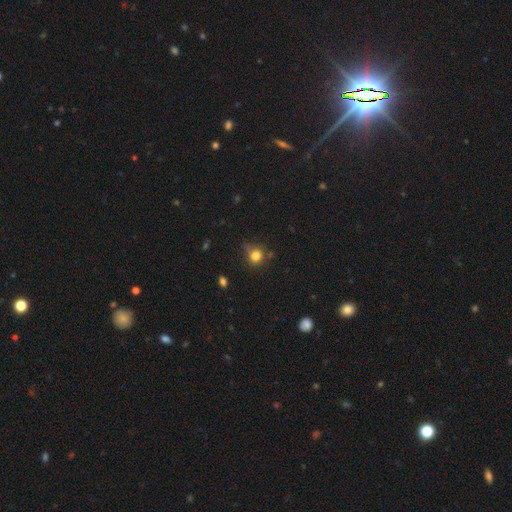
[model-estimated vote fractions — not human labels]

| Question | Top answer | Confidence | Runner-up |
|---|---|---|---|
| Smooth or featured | smooth | 80% | star or artifact (13%) |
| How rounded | round | 81% | in between (18%) |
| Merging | none | 61% | minor disturbance (26%) |